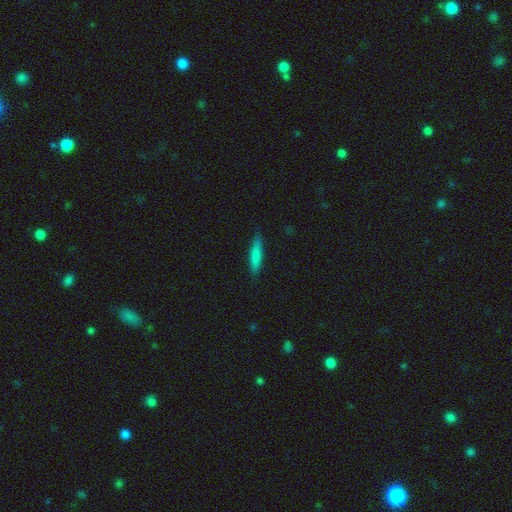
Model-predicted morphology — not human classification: Smooth or featured: smooth — 79% (featured or disk — 15%)
How rounded: cigar-shaped — 85% (in between — 13%)
Merging: none — 87% (minor disturbance — 10%)